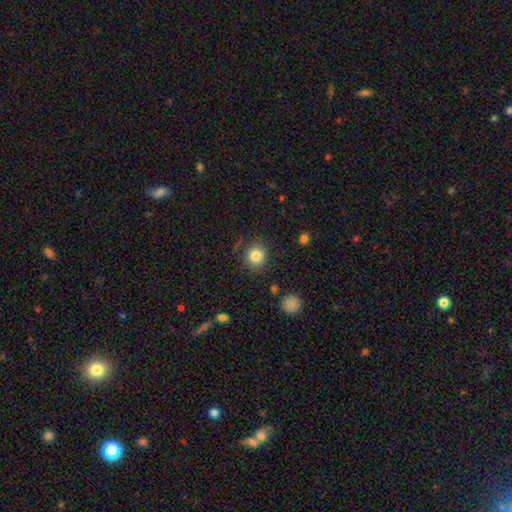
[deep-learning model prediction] Morphology: type=smooth (83%); roundness=round (86%); merging=none (85%).